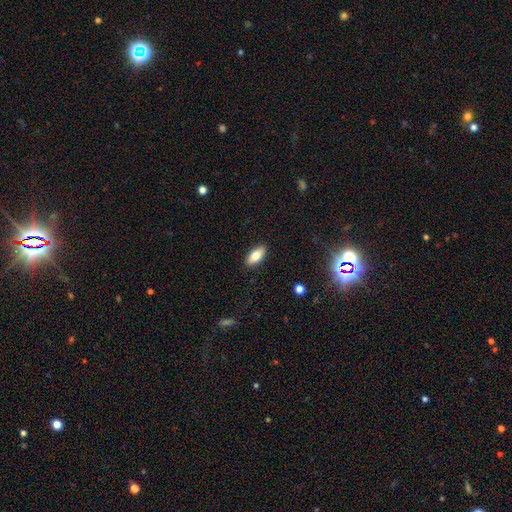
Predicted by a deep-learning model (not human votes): Smooth or featured?
  - smooth: 78% *
  - featured or disk: 14%
  - star or artifact: 7%
How rounded?
  - in between: 85% *
  - cigar-shaped: 12%
  - round: 3%
Merging?
  - none: 89% *
  - minor disturbance: 8%
  - major disturbance: 2%
  - merger: 1%